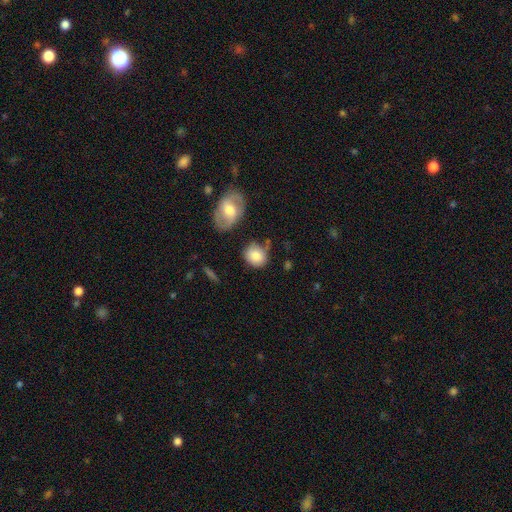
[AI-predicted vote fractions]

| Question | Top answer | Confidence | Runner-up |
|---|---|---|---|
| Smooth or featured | smooth | 81% | featured or disk (12%) |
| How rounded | round | 69% | in between (29%) |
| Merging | none | 70% | minor disturbance (19%) |